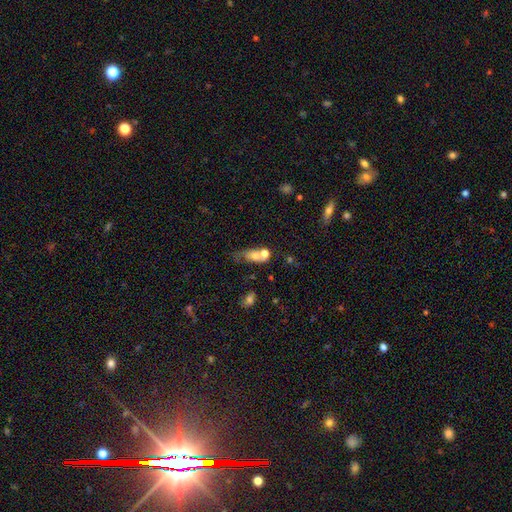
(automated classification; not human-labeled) smooth-or-featured: smooth: 62% | featured or disk: 27% | star or artifact: 12%
  how-rounded: in between: 69% | round: 21% | cigar-shaped: 10%
  merging: merger: 48% | none: 23% | minor disturbance: 15% | major disturbance: 13%